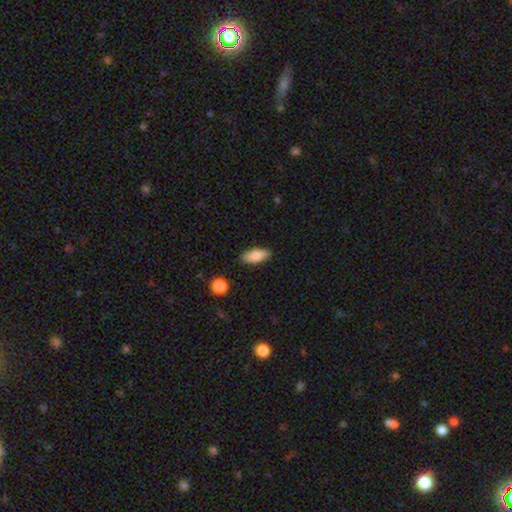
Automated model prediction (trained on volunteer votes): A smooth galaxy with no disk features (85%) that is in between round and cigar-shaped (83%). Merging: none (87%).